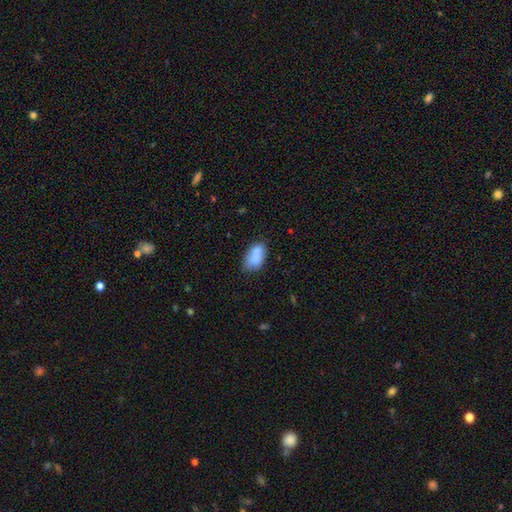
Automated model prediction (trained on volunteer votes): This appears to be a smooth galaxy with no disk features (85%) that is in between round and cigar-shaped (92%). Merging: none (62%).